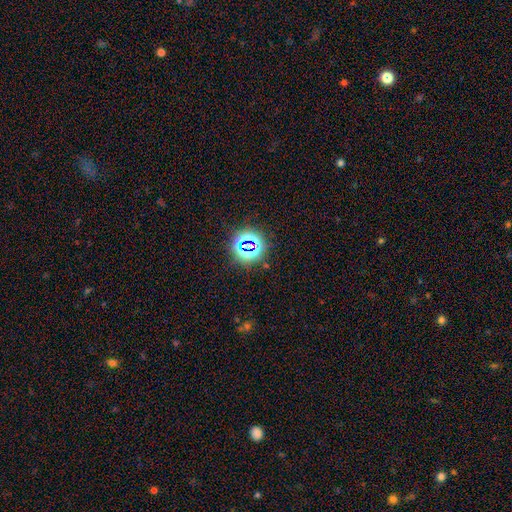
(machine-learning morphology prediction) A star or artifact, not a galaxy (76%).

Vote fractions:
- Smooth or featured? star or artifact: 76% / smooth: 16% / featured or disk: 8%